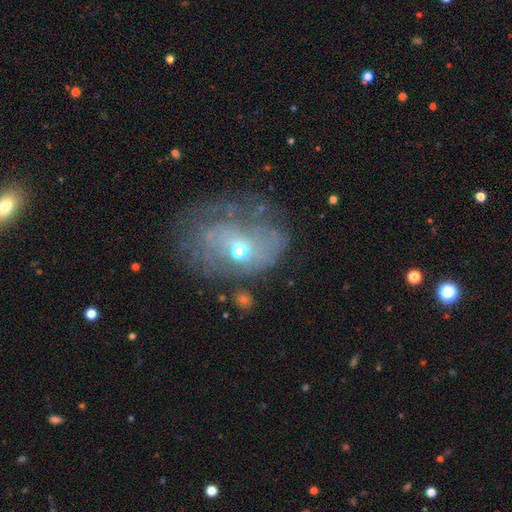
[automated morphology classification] Overall: featured or disk (57%; smooth 29%). Edge-on disk: no (96%). Bar: no (81%). Spiral arms: no (61%; yes 39%). Bulge size: moderate (52%; small 42%). Merging: none (37%; major disturbance 34%).